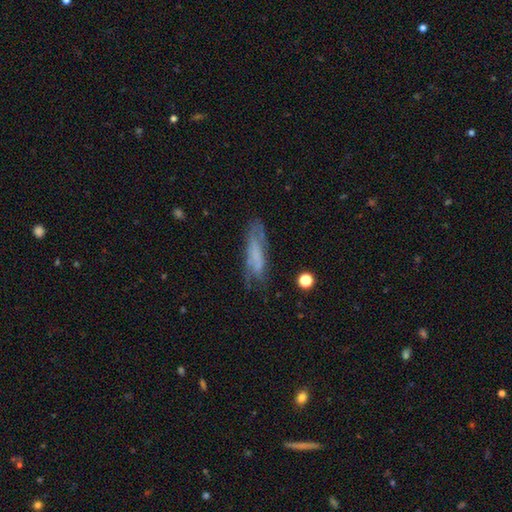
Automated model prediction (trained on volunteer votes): featured or disk 45% (tied), smooth 45% (tied), star or artifact 10%. Down the decision tree: merging — none (55%).